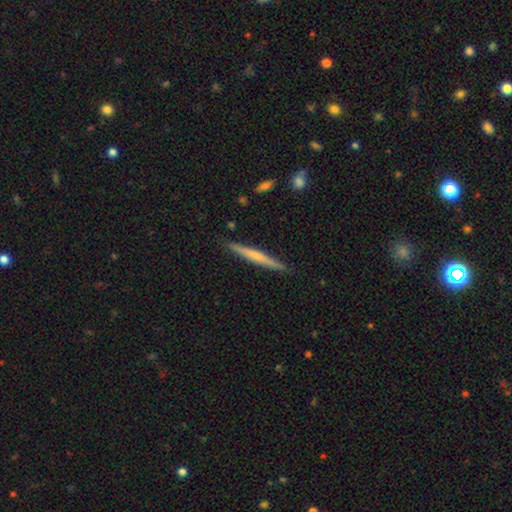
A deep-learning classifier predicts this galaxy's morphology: featured or disk 49%, smooth 45%, star or artifact 6%. Down the decision tree: merging — none (89%).